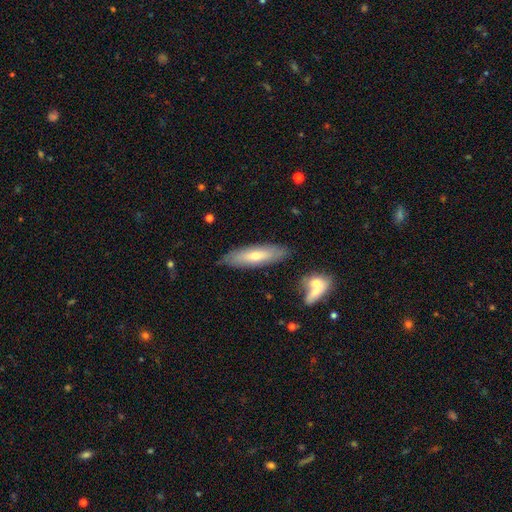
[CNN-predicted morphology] Overall: smooth (55%; featured or disk 38%). How rounded: cigar-shaped (63%; in between 35%). Merging: none (81%).